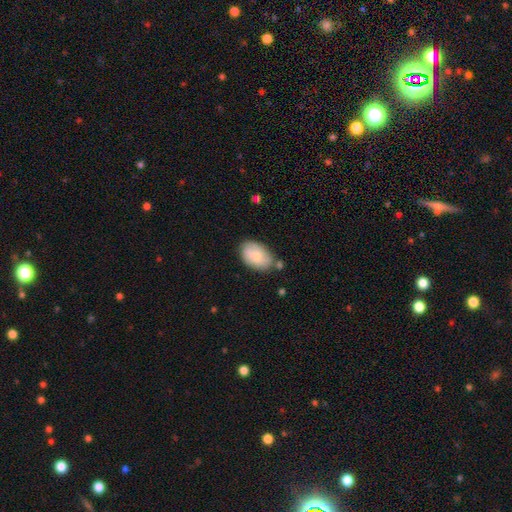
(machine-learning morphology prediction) Smooth or featured? smooth (74%)
How rounded? in between (89%)
Merging? none (69%)